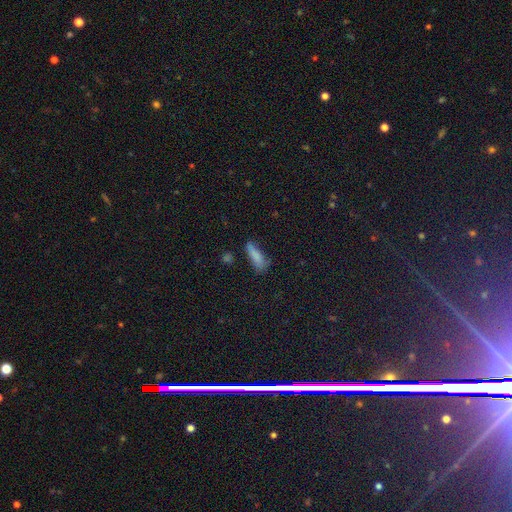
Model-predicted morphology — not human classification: This appears to be a smooth galaxy with no disk features (80%) that is cigar-shaped (58%). Merging: none (57%).